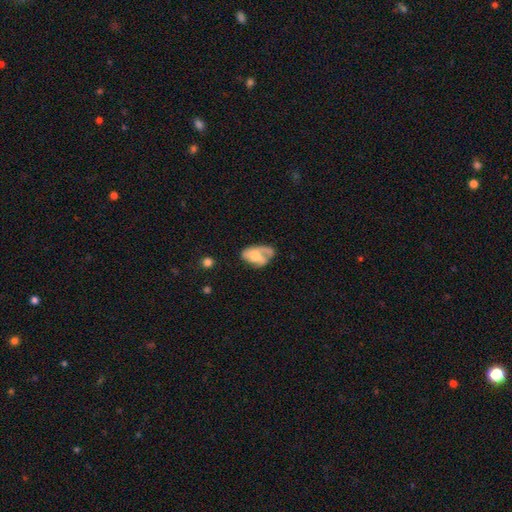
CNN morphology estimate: Smooth or featured? Predicted: featured or disk (p=0.54). Edge-on disk? Predicted: no (p=0.96). Bar? Predicted: no (p=0.73). Spiral arms? Predicted: yes (p=0.68). Bulge size? Predicted: moderate (p=0.47). Merging? Predicted: none (p=0.33).